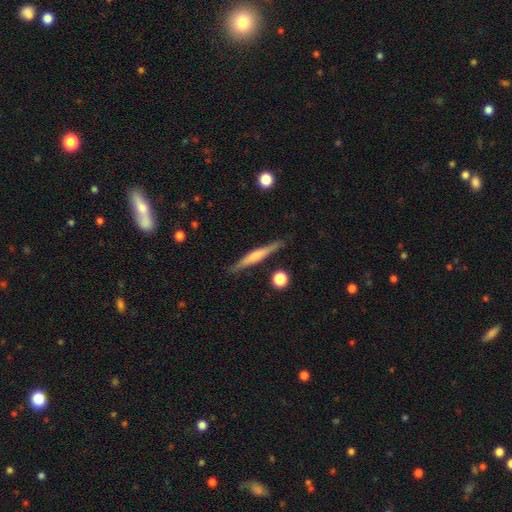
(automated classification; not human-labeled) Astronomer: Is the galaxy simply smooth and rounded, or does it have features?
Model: featured or disk — 52% (runner-up: smooth, 42%).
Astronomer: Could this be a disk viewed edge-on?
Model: yes — 96%.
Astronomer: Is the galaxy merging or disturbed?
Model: none — 87%.